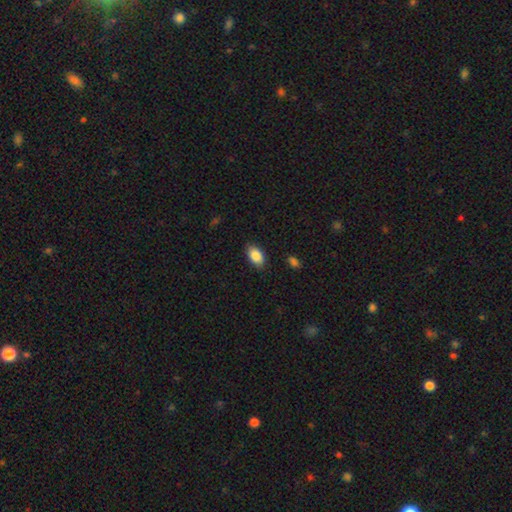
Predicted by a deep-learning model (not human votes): This is clearly a smooth galaxy (87%). How rounded: clearly in between (92%). Merging: clearly none (85%).